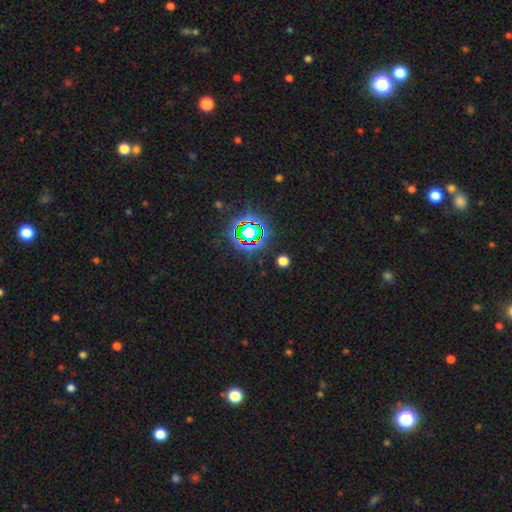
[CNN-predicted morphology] Smooth or featured? Predicted: star or artifact (p=0.74).